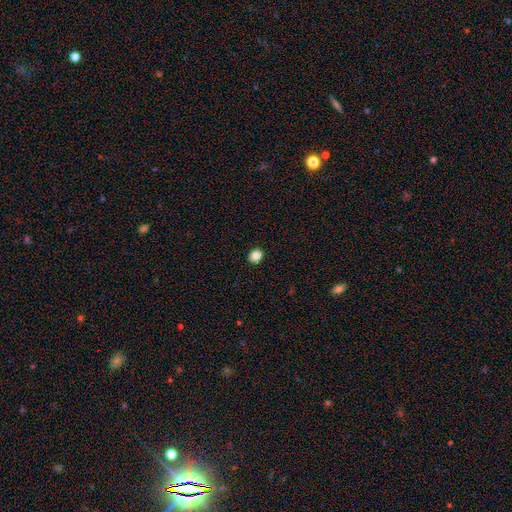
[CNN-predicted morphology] This appears to be a smooth galaxy with no disk features (85%) that is round (66%). Merging: none (92%).